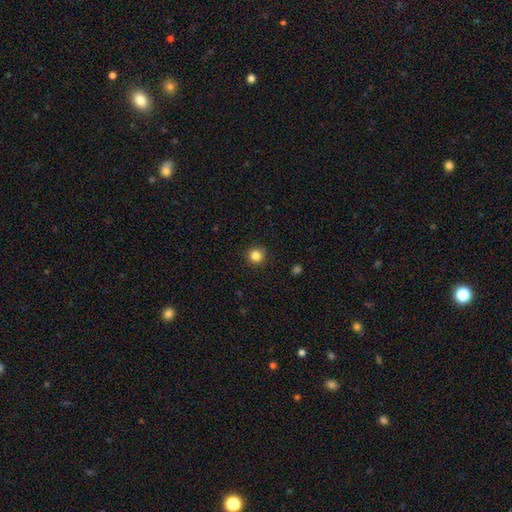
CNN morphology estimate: type=smooth (83%); roundness=round (94%); merging=none (92%).